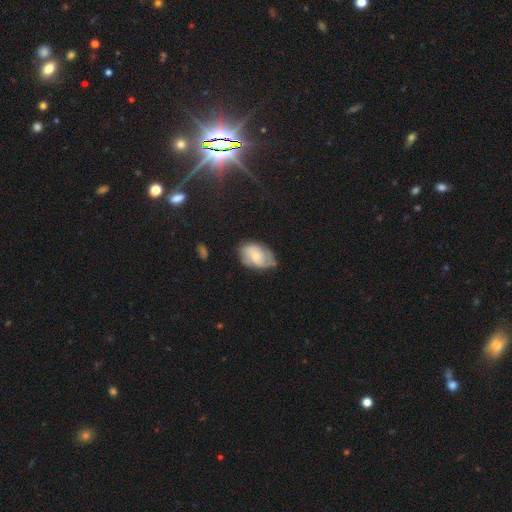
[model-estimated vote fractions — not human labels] Smooth or featured?
  - featured or disk: 55% *
  - smooth: 38%
  - star or artifact: 7%
Edge-on disk?
  - no: 96% *
  - yes: 4%
Bar?
  - no: 61% *
  - weak: 33%
  - strong: 6%
Spiral arms?
  - yes: 81% *
  - no: 19%
Bulge size?
  - small: 49% *
  - moderate: 44%
  - large: 3%
  - none: 3%
  - dominant: 1%
Merging?
  - none: 64% *
  - minor disturbance: 27%
  - major disturbance: 7%
  - merger: 2%